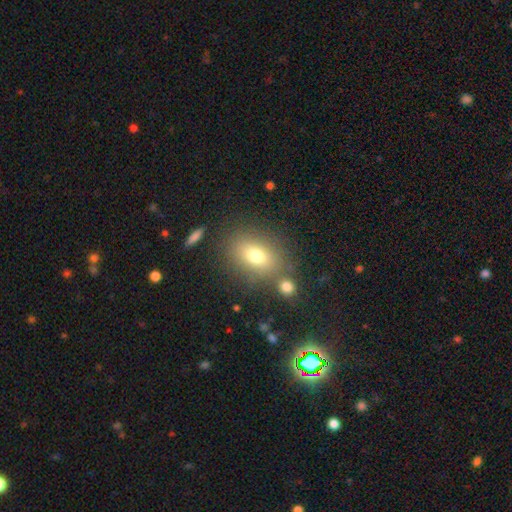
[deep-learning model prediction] This is likely a smooth galaxy (74%). How rounded: likely in between (68%). Merging: likely none (74%).